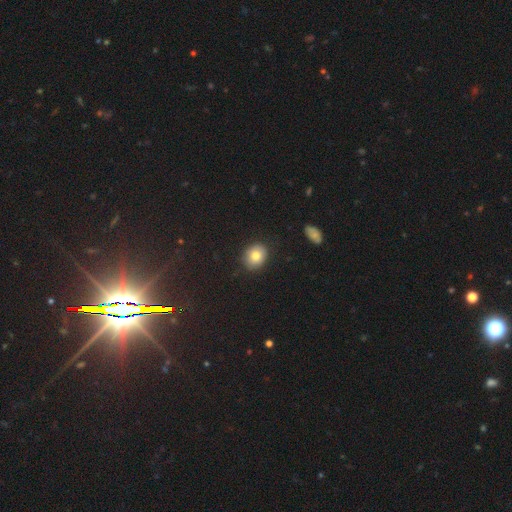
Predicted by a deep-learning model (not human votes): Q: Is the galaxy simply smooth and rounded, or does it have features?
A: smooth — 79%.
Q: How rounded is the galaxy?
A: round — 58%.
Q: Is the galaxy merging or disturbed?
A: none — 87%.